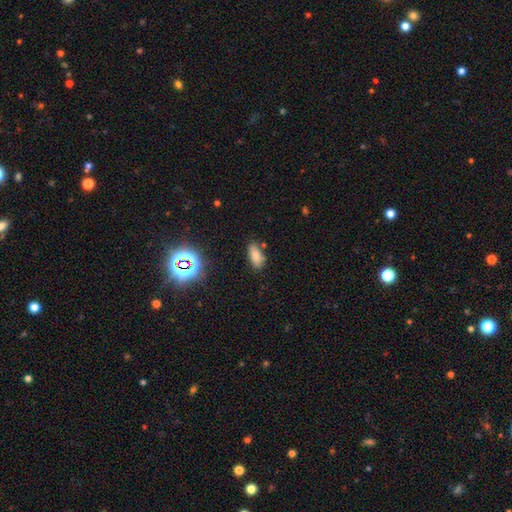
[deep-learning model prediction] smooth 78%, star or artifact 14%, featured or disk 8%. Down the decision tree: how rounded — in between (86%); merging — none (79%).